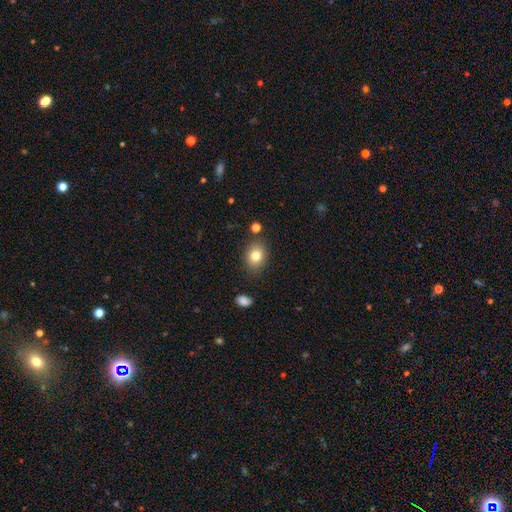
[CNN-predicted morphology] smooth-or-featured: smooth: 81% | star or artifact: 10% | featured or disk: 10%
  how-rounded: in between: 61% | round: 38% | cigar-shaped: 1%
  merging: none: 83% | minor disturbance: 11% | merger: 3% | major disturbance: 3%